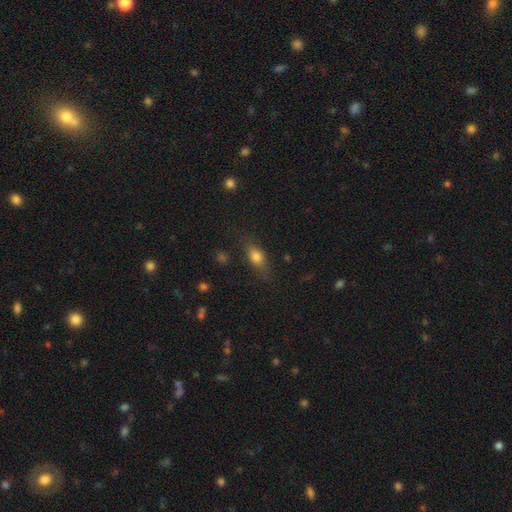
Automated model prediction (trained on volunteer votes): Smooth or featured: smooth — 74% (featured or disk — 16%)
How rounded: in between — 71% (round — 15%)
Merging: none — 72% (minor disturbance — 19%)